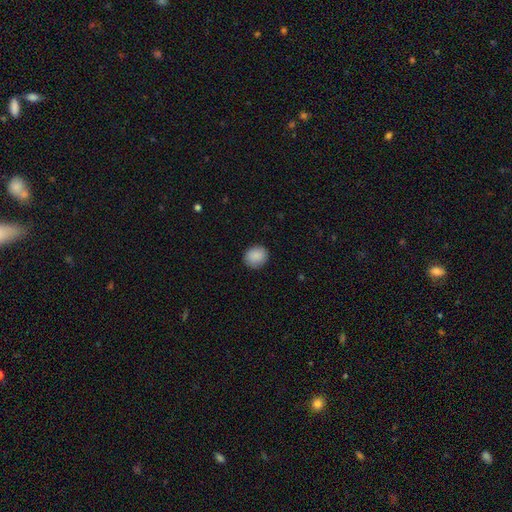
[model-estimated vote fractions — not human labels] A smooth galaxy with no disk features (89%) that is round (74%). Merging: none (87%).